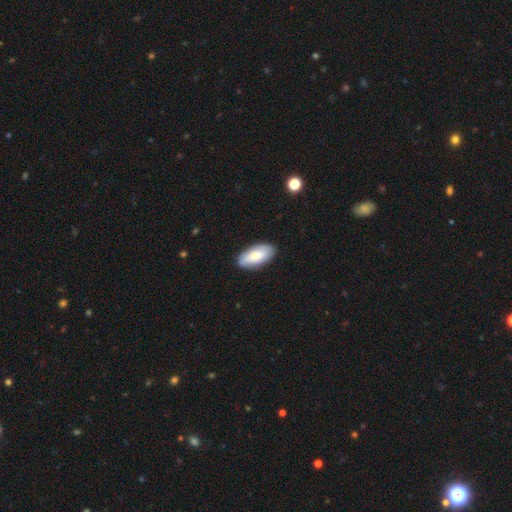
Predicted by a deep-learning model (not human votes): Overall: smooth (76%). How rounded: in between (92%). Merging: none (86%).